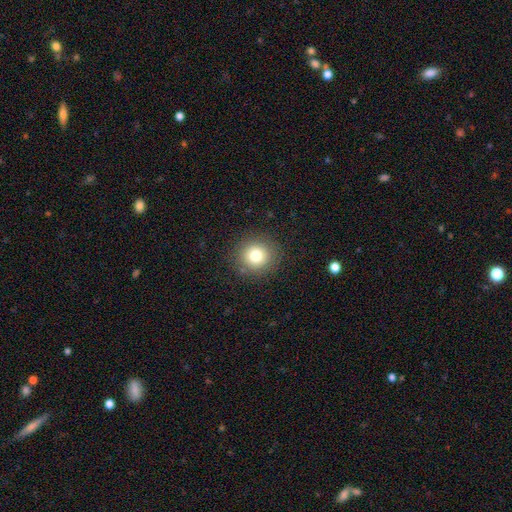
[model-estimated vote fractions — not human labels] Overall: smooth (78%). How rounded: round (92%). Merging: none (89%).